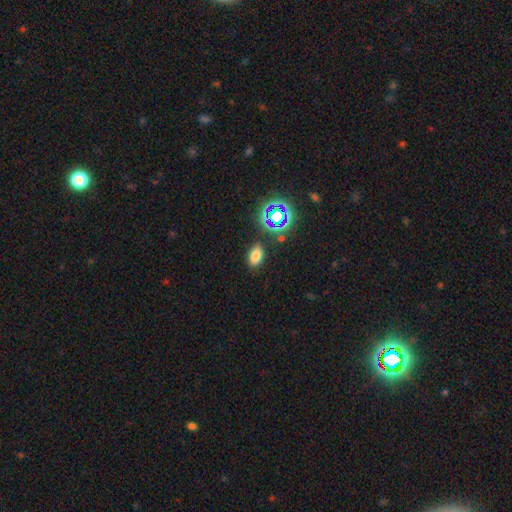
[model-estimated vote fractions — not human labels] Smooth or featured? smooth (70%)
How rounded? in between (86%)
Merging? none (84%)